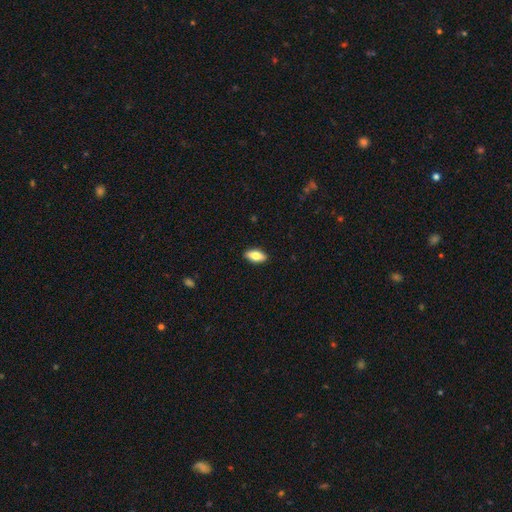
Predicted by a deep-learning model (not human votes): Smooth or featured?
  - smooth: 77% *
  - featured or disk: 17%
  - star or artifact: 7%
How rounded?
  - in between: 86% *
  - cigar-shaped: 11%
  - round: 3%
Merging?
  - none: 90% *
  - minor disturbance: 8%
  - major disturbance: 2%
  - merger: 1%